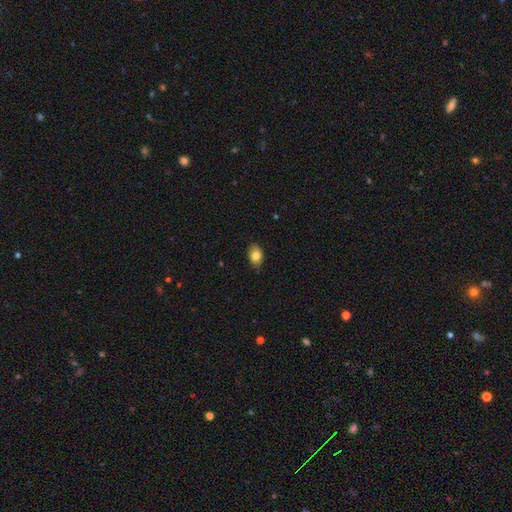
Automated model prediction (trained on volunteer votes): Smooth or featured? Predicted: smooth (p=0.81). How rounded? Predicted: in between (p=0.81). Merging? Predicted: none (p=0.79).